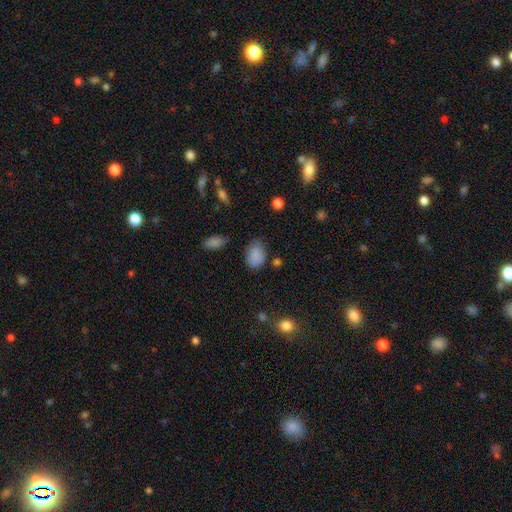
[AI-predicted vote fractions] smooth-or-featured: smooth: 85% | star or artifact: 9% | featured or disk: 6%
  how-rounded: in between: 81% | round: 18% | cigar-shaped: 1%
  merging: none: 69% | minor disturbance: 23% | major disturbance: 5% | merger: 4%